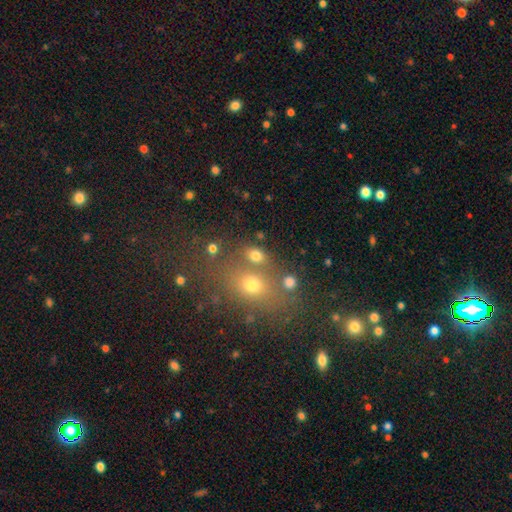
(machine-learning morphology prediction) type=smooth (72%); roundness=in between (61%); merging=none (62%).